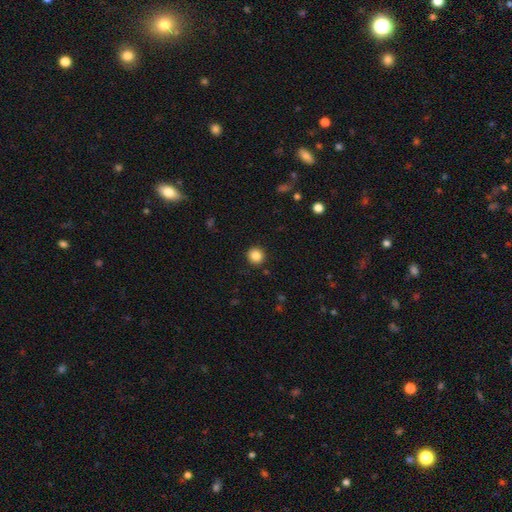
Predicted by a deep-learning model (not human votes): smooth 85%, star or artifact 10%, featured or disk 5%. Down the decision tree: how rounded — round (94%); merging — none (92%).